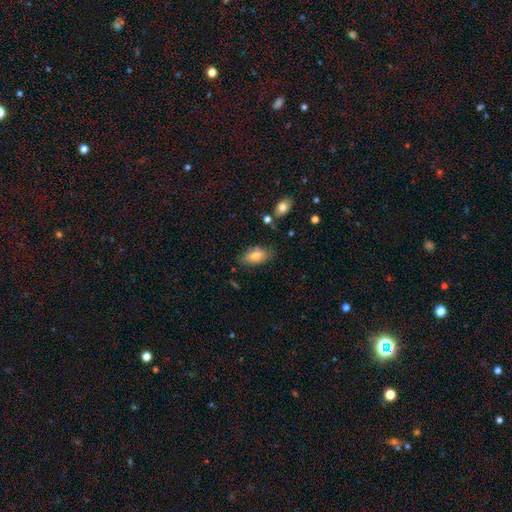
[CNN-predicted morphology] smooth 76%, featured or disk 16%, star or artifact 8%. Down the decision tree: how rounded — in between (89%); merging — none (71%).